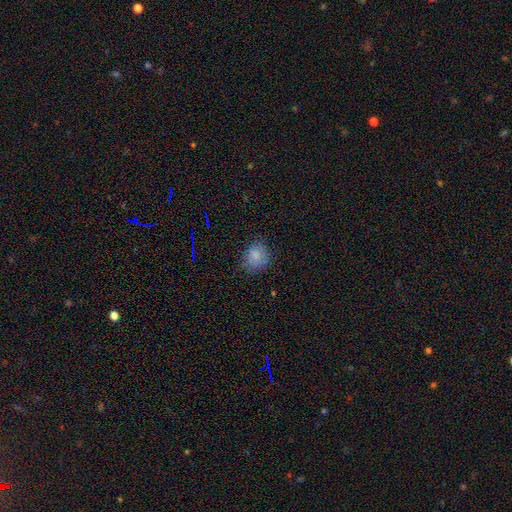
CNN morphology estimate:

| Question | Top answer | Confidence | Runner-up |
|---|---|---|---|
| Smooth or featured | smooth | 78% | star or artifact (12%) |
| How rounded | round | 67% | in between (32%) |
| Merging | none | 73% | minor disturbance (20%) |